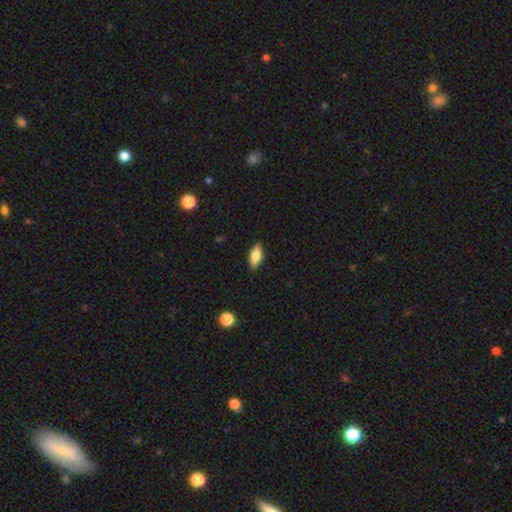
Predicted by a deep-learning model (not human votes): This is likely a smooth galaxy (65%). How rounded: likely in between (75%). Merging: clearly none (88%).